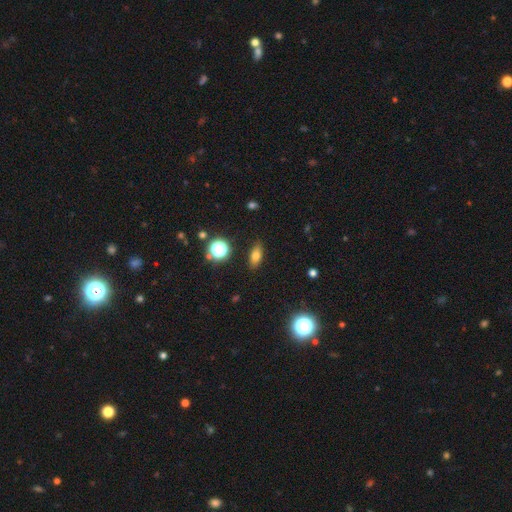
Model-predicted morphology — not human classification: smooth 71%, star or artifact 16%, featured or disk 14%. Down the decision tree: how rounded — in between (76%); merging — none (87%).